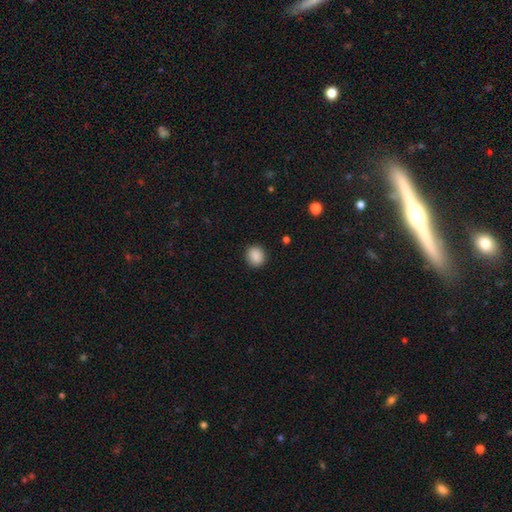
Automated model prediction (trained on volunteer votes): A smooth galaxy with no disk features (89%) that is round (76%). Merging: none (90%).